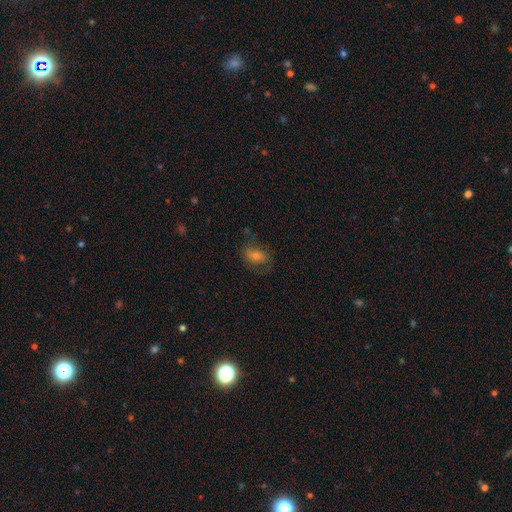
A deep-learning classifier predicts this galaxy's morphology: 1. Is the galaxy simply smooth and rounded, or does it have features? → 52% smooth, 32% featured or disk, 16% star or artifact.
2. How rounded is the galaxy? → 71% in between, 27% round, 2% cigar-shaped.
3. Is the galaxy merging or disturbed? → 67% none, 20% minor disturbance, 12% major disturbance, 2% merger.